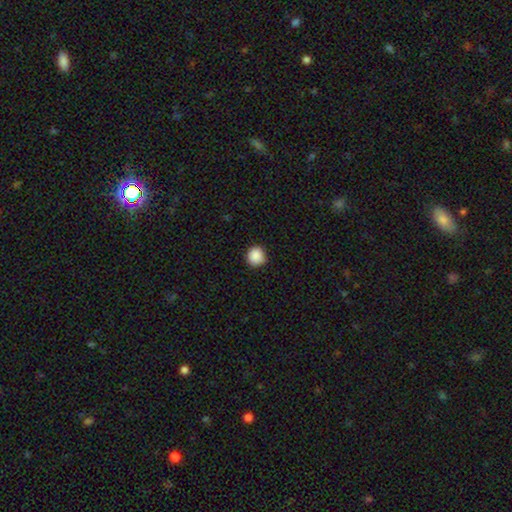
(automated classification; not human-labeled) Smooth or featured: smooth — 89% (star or artifact — 9%)
How rounded: round — 93% (in between — 6%)
Merging: none — 90% (minor disturbance — 7%)